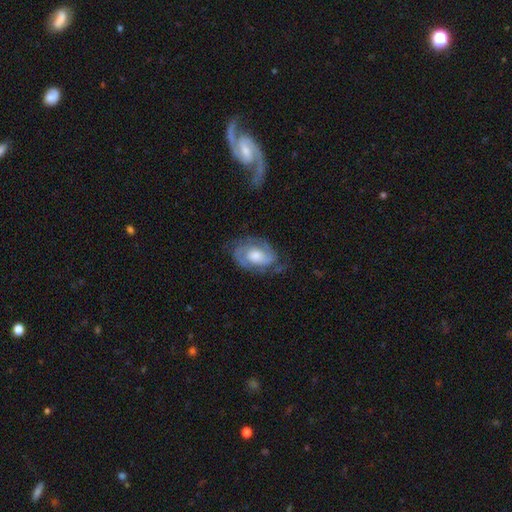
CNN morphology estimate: Overall: featured or disk (80%). Edge-on disk: no (97%). Bar: no (67%). Spiral arms: yes (93%). Spiral arm count: 2 (68%). Spiral winding: tight (51%; medium 38%). Bulge size: moderate (52%; large 24%). Merging: none (66%).